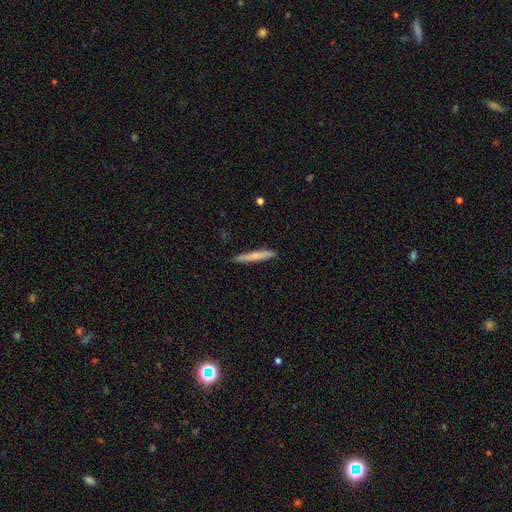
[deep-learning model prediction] Smooth or featured? smooth (69%)
How rounded? cigar-shaped (96%)
Merging? none (90%)